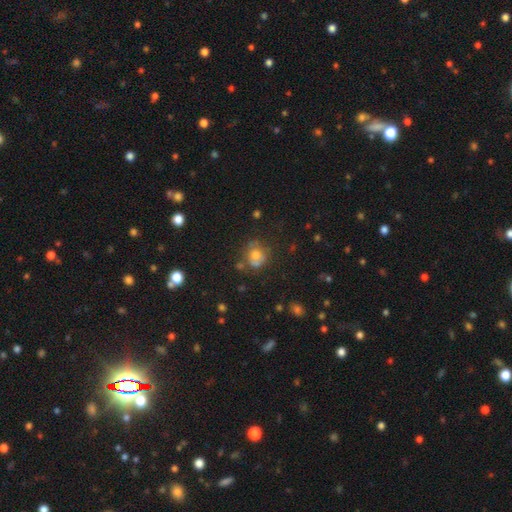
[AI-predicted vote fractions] smooth 59%, featured or disk 24%, star or artifact 17%. Down the decision tree: how rounded — round (76%); merging — none (54%).